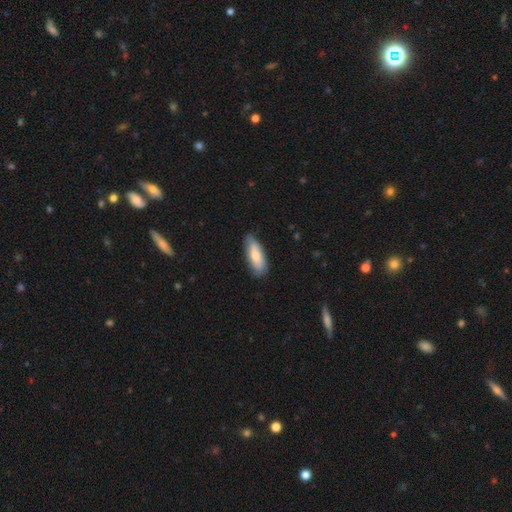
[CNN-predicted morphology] smooth-or-featured: smooth: 70% | featured or disk: 24% | star or artifact: 6%
  how-rounded: in between: 68% | cigar-shaped: 30% | round: 2%
  merging: none: 75% | minor disturbance: 21% | major disturbance: 3% | merger: 1%